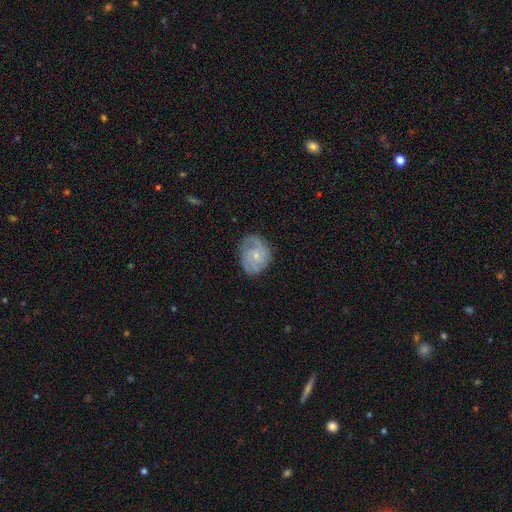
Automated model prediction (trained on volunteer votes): Morphology: type=featured or disk (61%); edge-on=no (97%); bar=no (72%); spiral arms=yes (88%); winding=tight (47%); arm count=2 (39%); bulge=small (69%); merging=none (68%).